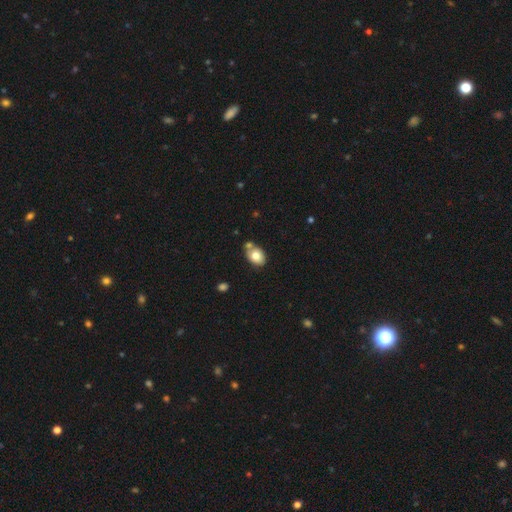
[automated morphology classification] smooth 79%, featured or disk 13%, star or artifact 8%. Down the decision tree: how rounded — in between (75%); merging — none (57%).